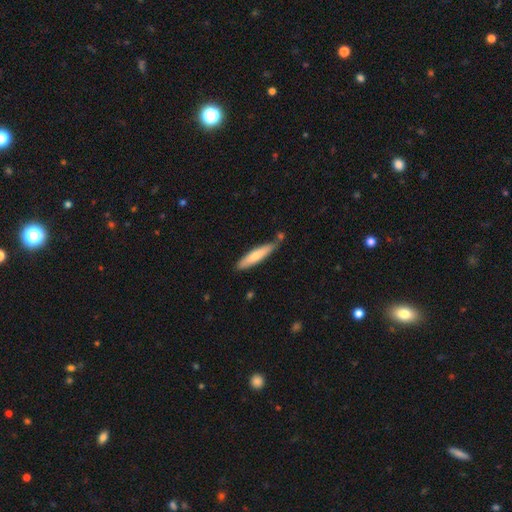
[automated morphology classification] Smooth or featured? Predicted: smooth (p=0.71). How rounded? Predicted: cigar-shaped (p=0.87). Merging? Predicted: none (p=0.70).